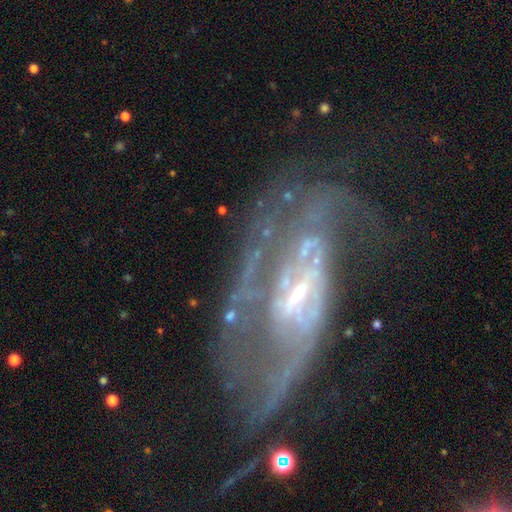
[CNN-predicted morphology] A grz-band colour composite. It shows a featured or disk galaxy (84%) with a weak bar (43%), 2 (54%) medium (40%) spiral arms (81%) and a small central bulge (58%). Merging: none (38%, tied with major disturbance).